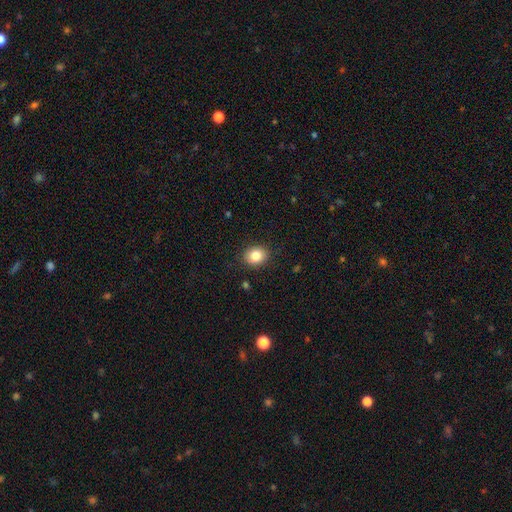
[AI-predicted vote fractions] Smooth or featured: smooth — 83% (star or artifact — 10%)
How rounded: round — 59% (in between — 41%)
Merging: none — 88% (minor disturbance — 9%)